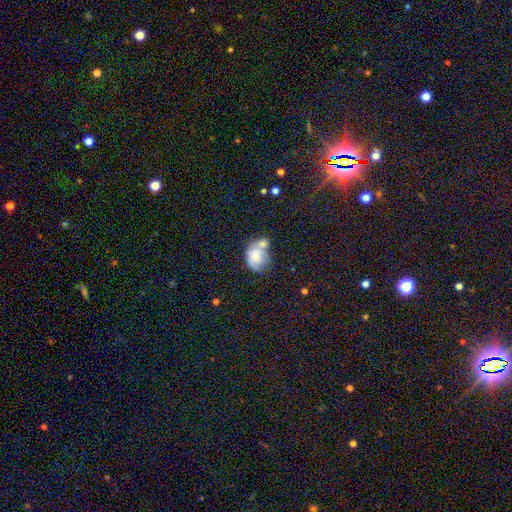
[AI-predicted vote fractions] smooth-or-featured: smooth: 72% | featured or disk: 20% | star or artifact: 8%
  how-rounded: in between: 59% | round: 40% | cigar-shaped: 1%
  merging: merger: 50% | none: 27% | minor disturbance: 16% | major disturbance: 7%